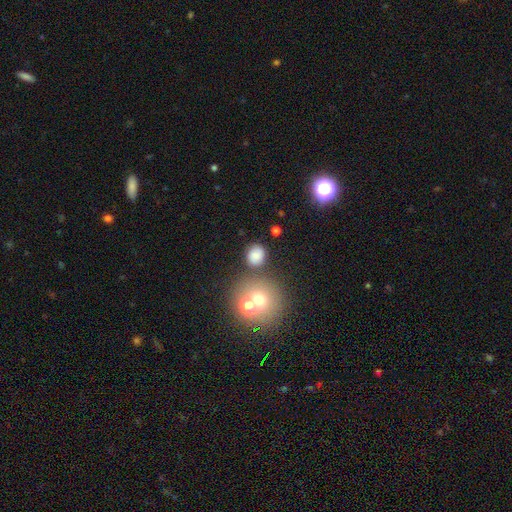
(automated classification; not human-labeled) This is likely a smooth galaxy (77%). How rounded: likely round (78%). Merging: likely none (75%).